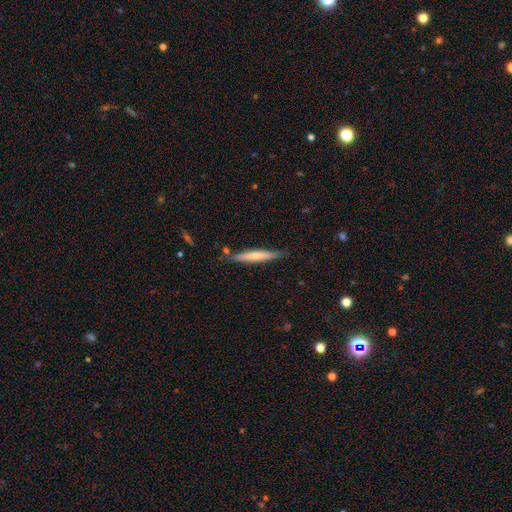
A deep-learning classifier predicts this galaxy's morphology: Overall: smooth (61%; featured or disk 34%). How rounded: cigar-shaped (93%). Merging: none (81%).